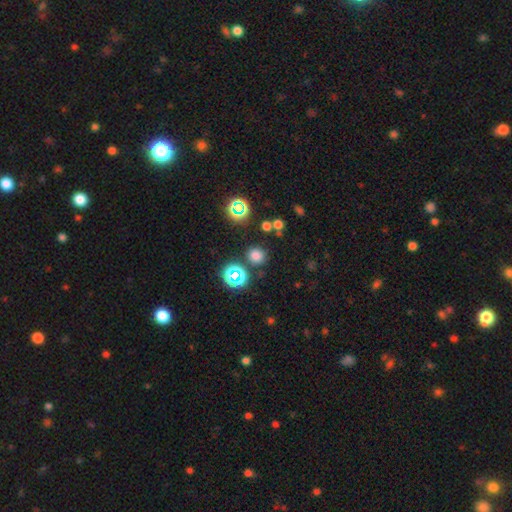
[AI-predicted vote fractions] Smooth or featured? smooth (71%)
How rounded? round (89%)
Merging? none (84%)